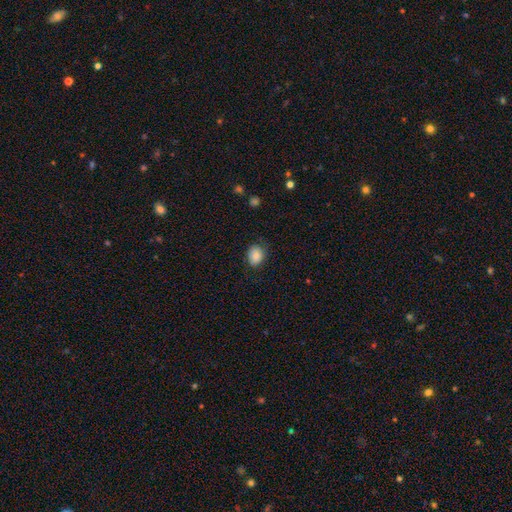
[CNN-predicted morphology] A smooth galaxy with no disk features (85%) that is in between round and cigar-shaped (56%). Merging: none (75%).